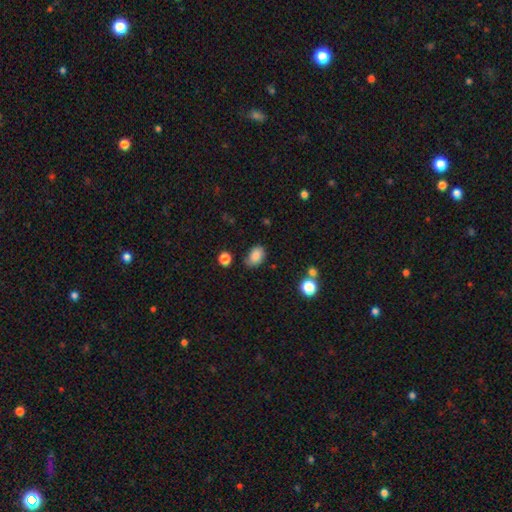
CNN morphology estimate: Smooth or featured: smooth — 86% (star or artifact — 9%)
How rounded: in between — 82% (round — 16%)
Merging: none — 69% (minor disturbance — 23%)